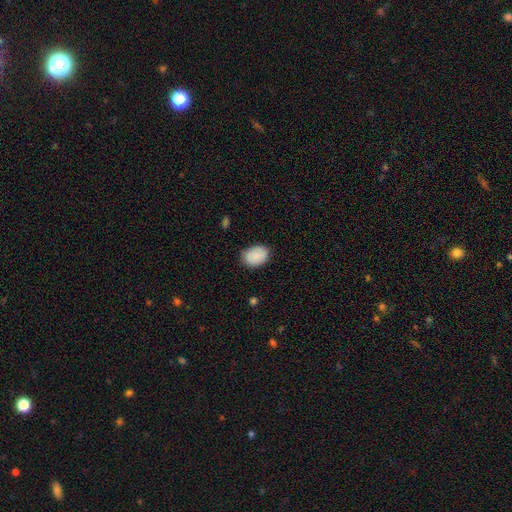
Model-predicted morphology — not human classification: Smooth or featured?
  - smooth: 87% *
  - star or artifact: 7%
  - featured or disk: 6%
How rounded?
  - in between: 76% *
  - round: 23%
  - cigar-shaped: 1%
Merging?
  - none: 79% *
  - minor disturbance: 17%
  - major disturbance: 3%
  - merger: 1%